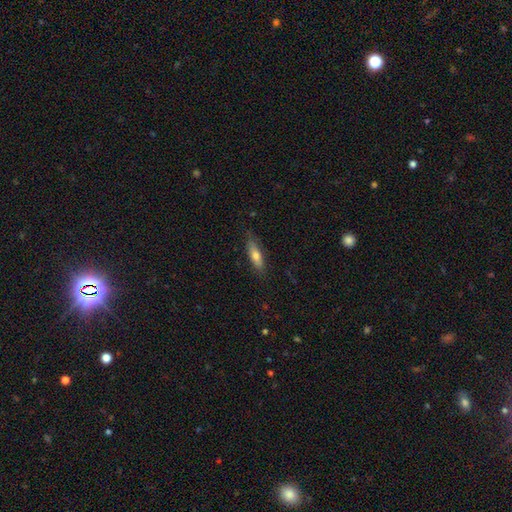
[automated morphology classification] smooth 67%, featured or disk 26%, star or artifact 6%. Down the decision tree: how rounded — cigar-shaped (53%); merging — none (80%).